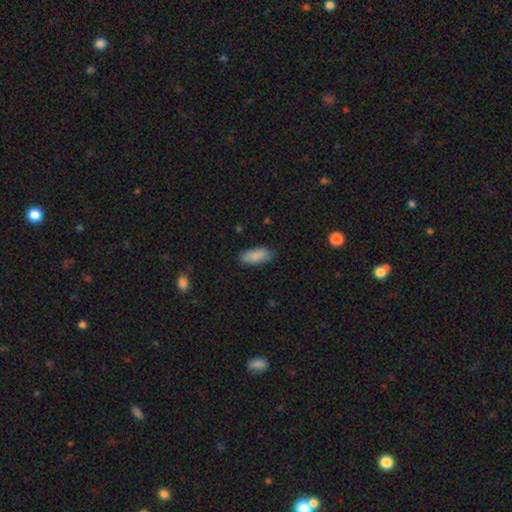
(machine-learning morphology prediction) Smooth or featured?
  - smooth: 88% *
  - star or artifact: 6%
  - featured or disk: 6%
How rounded?
  - in between: 82% *
  - cigar-shaped: 16%
  - round: 2%
Merging?
  - none: 84% *
  - minor disturbance: 12%
  - major disturbance: 2%
  - merger: 1%